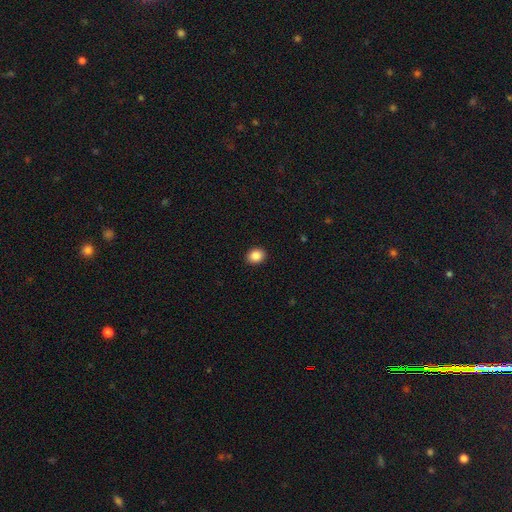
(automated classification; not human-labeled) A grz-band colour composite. It shows a smooth galaxy with no disk features (87%) that is round (54%). Merging: none (91%).